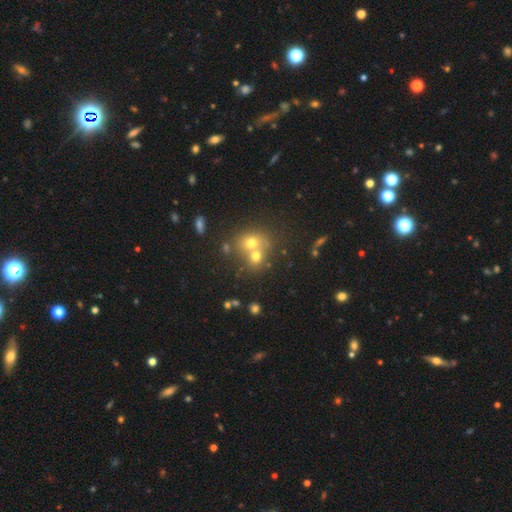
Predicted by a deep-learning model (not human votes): Q: Smooth or featured?
A: smooth (65%); runner-up: featured or disk (18%)
Q: How rounded?
A: round (72%); runner-up: in between (27%)
Q: Merging?
A: merger (56%); runner-up: none (35%)